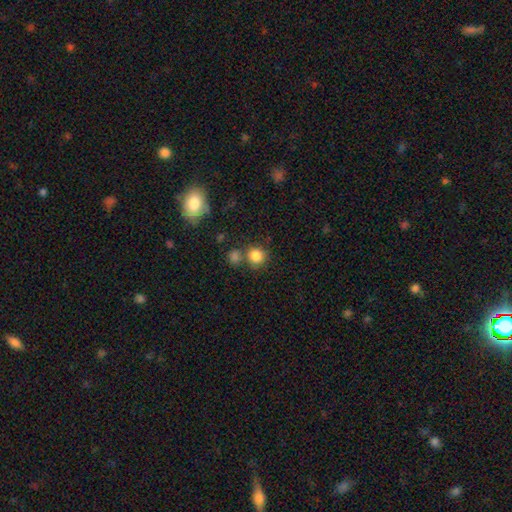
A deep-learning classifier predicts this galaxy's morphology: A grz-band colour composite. It shows a smooth galaxy with no disk features (84%) that is round (88%). Merging: none (65%).